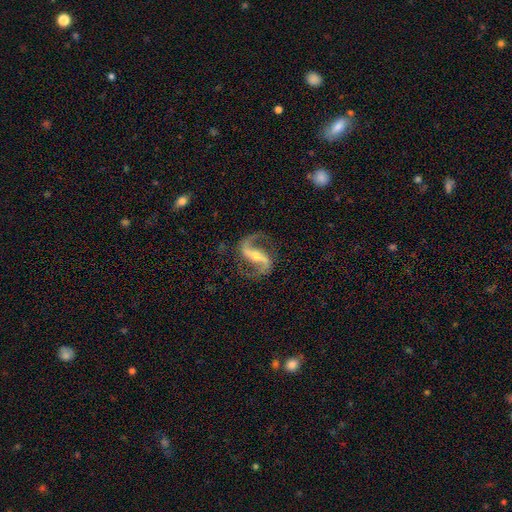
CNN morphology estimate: Overall: featured or disk (92%). Edge-on disk: no (96%). Bar: strong (59%; weak 27%). Spiral arms: yes (97%). Spiral arm count: 2 (93%). Spiral winding: loose (48%; medium 43%). Bulge size: small (49%; moderate 42%). Merging: none (80%).